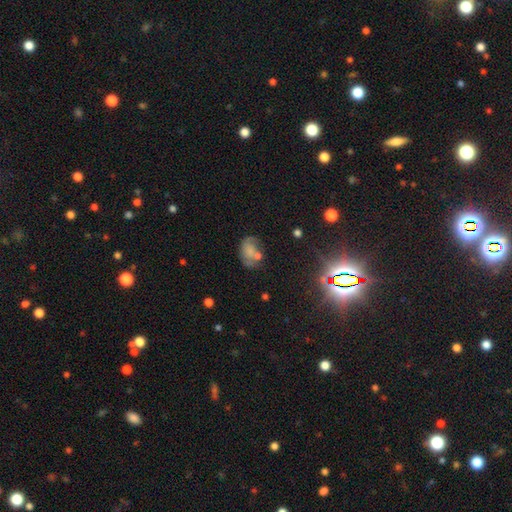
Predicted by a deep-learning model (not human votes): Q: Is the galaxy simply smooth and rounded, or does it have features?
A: smooth — 37%.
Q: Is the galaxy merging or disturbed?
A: none — 46%.